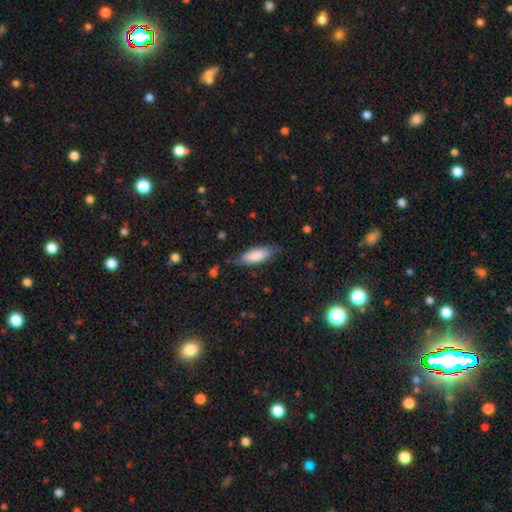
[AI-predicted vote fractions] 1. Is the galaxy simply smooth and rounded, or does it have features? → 79% smooth, 15% featured or disk, 6% star or artifact.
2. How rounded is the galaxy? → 70% in between, 28% cigar-shaped, 2% round.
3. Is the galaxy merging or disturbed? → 69% none, 24% minor disturbance, 6% major disturbance, 2% merger.